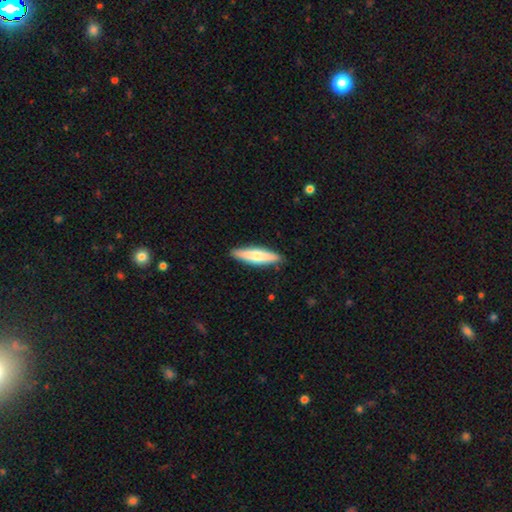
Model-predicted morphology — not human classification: The model was most divided on "smooth or featured": smooth: 65%, featured or disk: 30%, star or artifact: 5%. More confident: merging — none (88%); how rounded — cigar-shaped (74%).